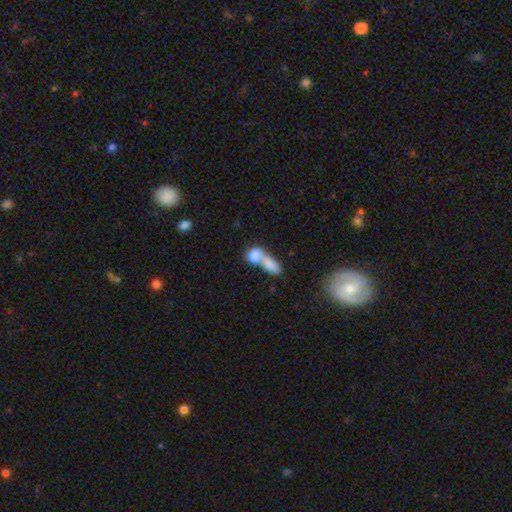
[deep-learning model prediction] smooth-or-featured: smooth: 78% | featured or disk: 15% | star or artifact: 7%
  how-rounded: in between: 65% | round: 25% | cigar-shaped: 11%
  merging: merger: 76% | none: 15% | minor disturbance: 5% | major disturbance: 4%